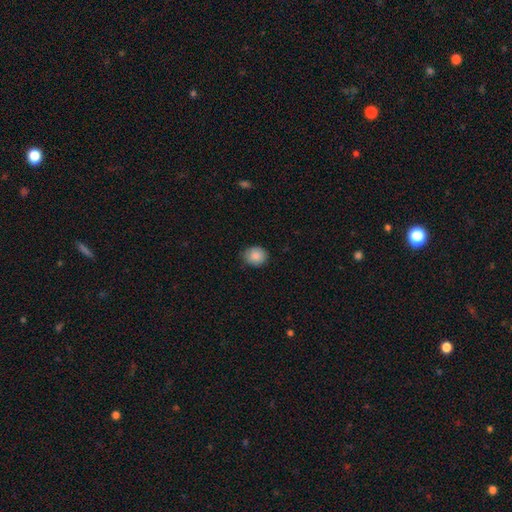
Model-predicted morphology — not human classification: Smooth or featured?
  - smooth: 87% *
  - star or artifact: 8%
  - featured or disk: 5%
How rounded?
  - round: 71% *
  - in between: 28%
  - cigar-shaped: 1%
Merging?
  - none: 77% *
  - minor disturbance: 19%
  - major disturbance: 3%
  - merger: 1%